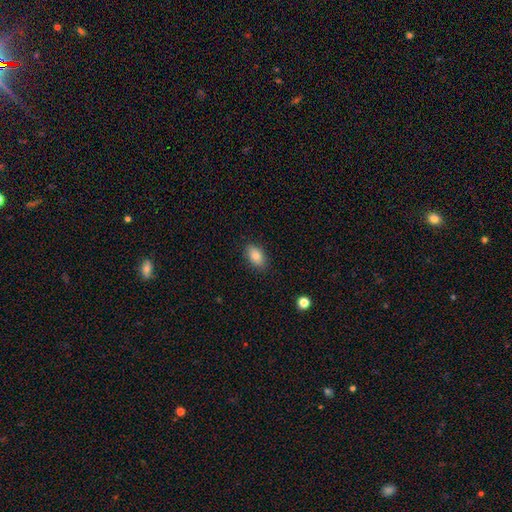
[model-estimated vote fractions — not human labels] Smooth or featured: smooth — 85% (star or artifact — 8%)
How rounded: in between — 90% (round — 8%)
Merging: none — 87% (minor disturbance — 10%)